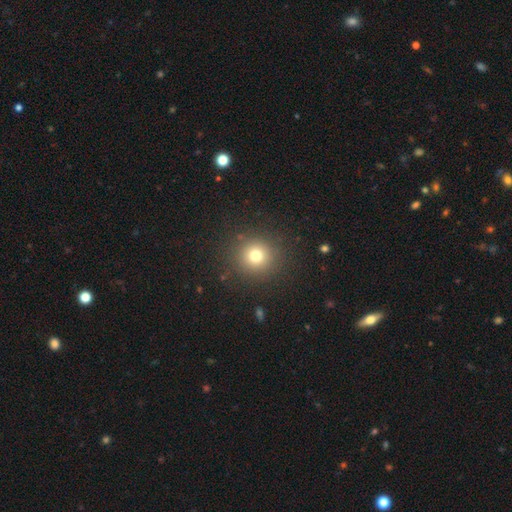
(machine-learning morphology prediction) The model was most divided on "smooth or featured": smooth: 75%, star or artifact: 16%, featured or disk: 9%. More confident: how rounded — round (93%); merging — none (89%).